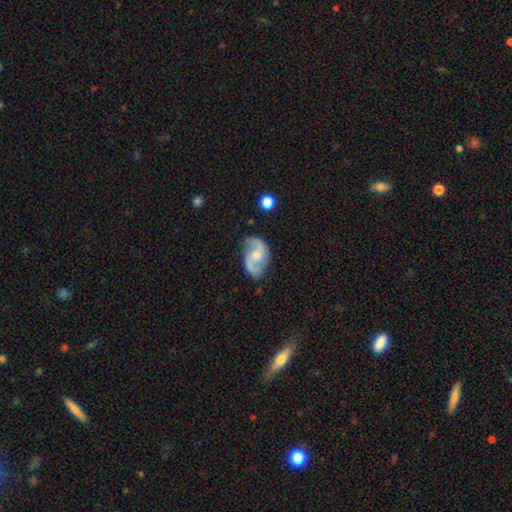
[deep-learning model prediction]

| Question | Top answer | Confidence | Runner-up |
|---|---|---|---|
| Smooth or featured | featured or disk | 82% | smooth (13%) |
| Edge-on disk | no | 97% | yes (3%) |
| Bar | no | 47% | weak (44%) |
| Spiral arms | yes | 95% | no (5%) |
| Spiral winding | loose | 46% | medium (42%) |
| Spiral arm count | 2 | 92% | can't tell (4%) |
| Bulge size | moderate | 54% | small (38%) |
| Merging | none | 75% | minor disturbance (18%) |